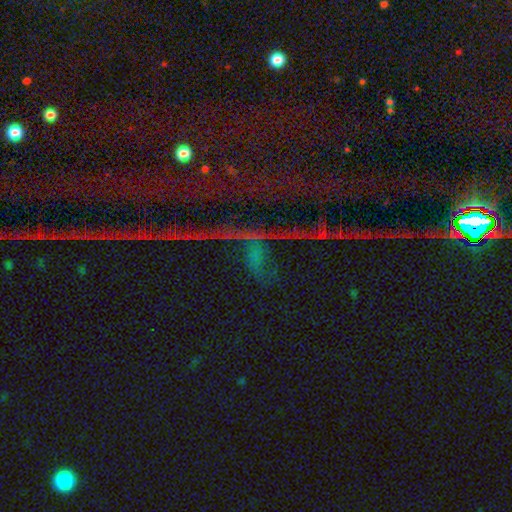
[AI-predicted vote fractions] A star or artifact, not a galaxy (70%).

Vote fractions:
- Smooth or featured? star or artifact: 70% / smooth: 17% / featured or disk: 14%